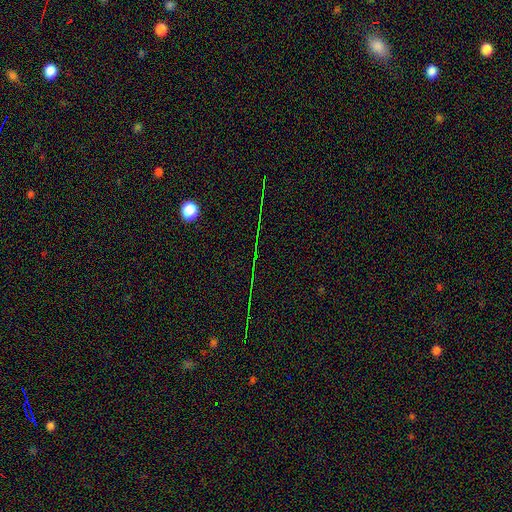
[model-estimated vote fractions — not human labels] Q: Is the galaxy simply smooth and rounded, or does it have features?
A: star or artifact — 79%.